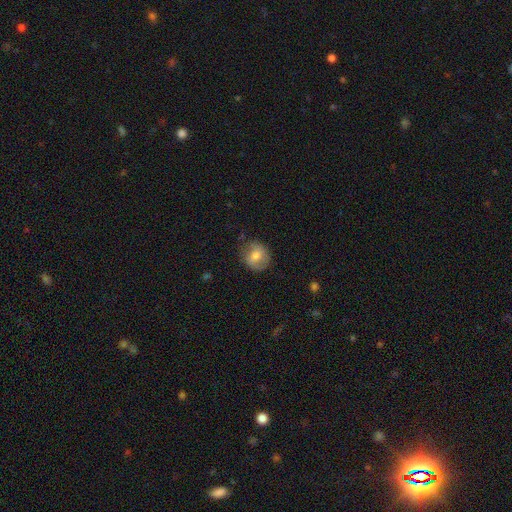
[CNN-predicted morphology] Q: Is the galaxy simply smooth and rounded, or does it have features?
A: smooth — 64%.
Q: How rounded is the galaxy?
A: round — 78%.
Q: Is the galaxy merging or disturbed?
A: none — 73%.